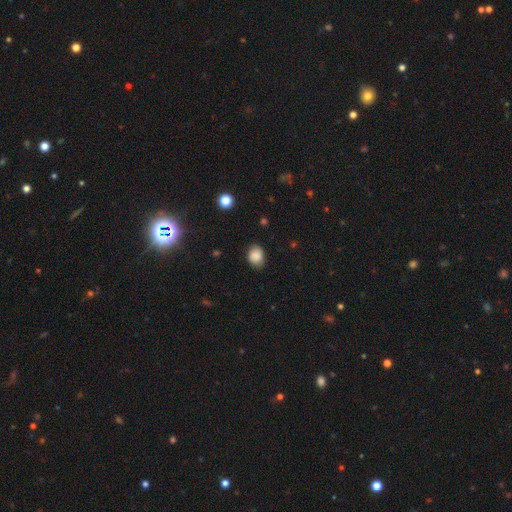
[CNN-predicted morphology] type=smooth (86%); roundness=in between (52%); merging=none (75%).